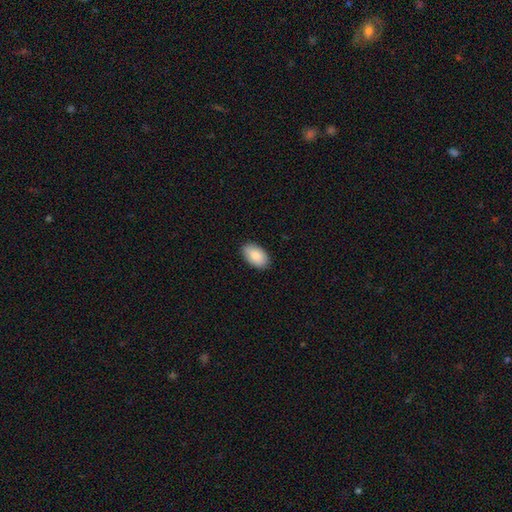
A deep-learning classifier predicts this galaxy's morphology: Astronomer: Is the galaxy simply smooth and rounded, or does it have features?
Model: smooth — 86%.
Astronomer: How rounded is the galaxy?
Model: in between — 94%.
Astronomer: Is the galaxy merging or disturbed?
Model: none — 87%.